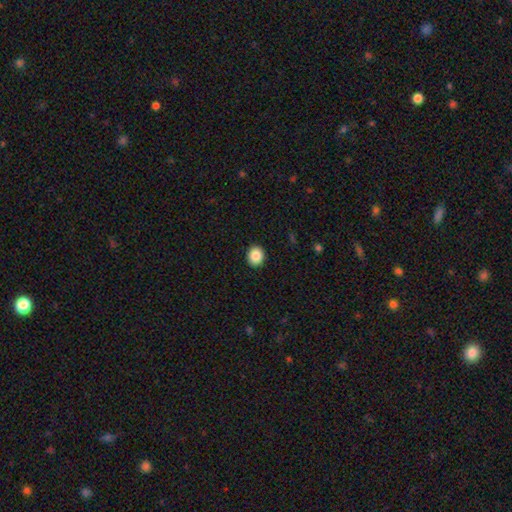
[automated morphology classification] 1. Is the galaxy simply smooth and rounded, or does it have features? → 87% smooth, 8% star or artifact, 4% featured or disk.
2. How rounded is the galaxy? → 71% round, 29% in between, 1% cigar-shaped.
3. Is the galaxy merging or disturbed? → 92% none, 6% minor disturbance, 2% major disturbance, 1% merger.